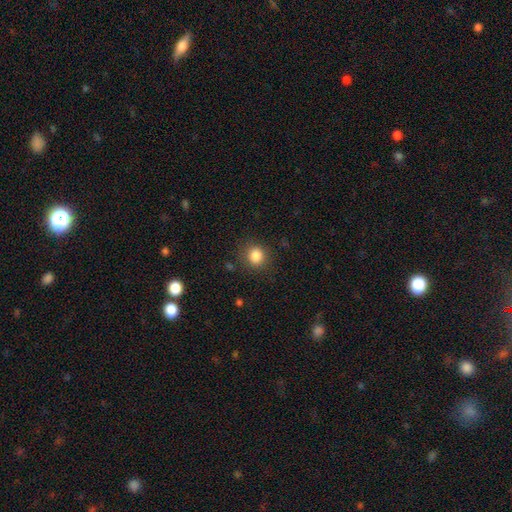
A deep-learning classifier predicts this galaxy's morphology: A smooth galaxy with no disk features (84%) that is round (82%).

Vote fractions:
- Smooth or featured? smooth: 84% / star or artifact: 11% / featured or disk: 5%
- How rounded? round: 82% / in between: 17% / cigar-shaped: 1%
- Merging? none: 84% / minor disturbance: 10% / major disturbance: 4% / merger: 2%